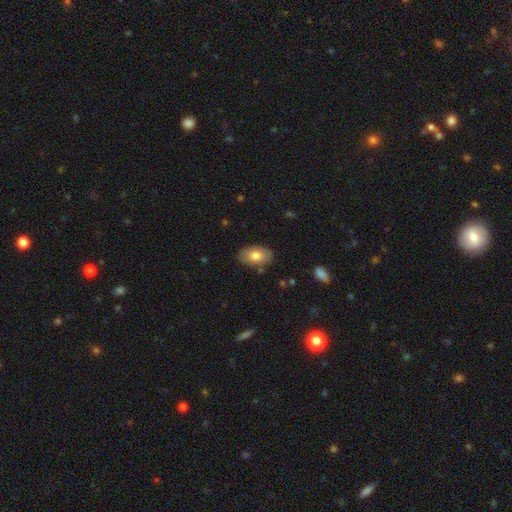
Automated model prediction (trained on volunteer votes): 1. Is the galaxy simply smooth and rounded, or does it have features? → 76% smooth, 17% featured or disk, 7% star or artifact.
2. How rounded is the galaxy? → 92% in between, 7% round, 1% cigar-shaped.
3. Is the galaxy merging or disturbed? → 85% none, 11% minor disturbance, 2% major disturbance, 2% merger.